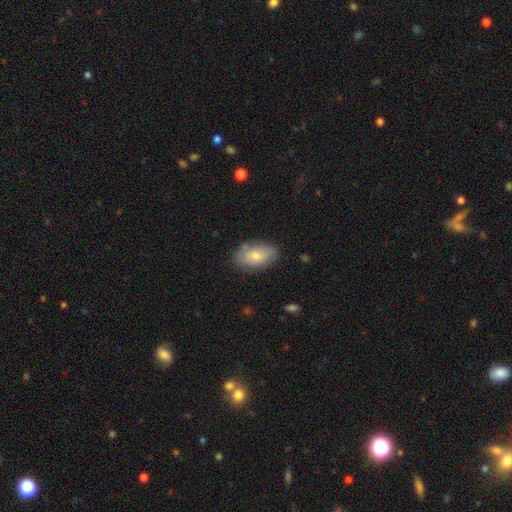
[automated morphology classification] smooth_or_featured: smooth (p=0.66) [alt: featured or disk p=0.27]
how_rounded: in between (p=0.92) [alt: round p=0.07]
merging: none (p=0.76) [alt: minor disturbance p=0.17]